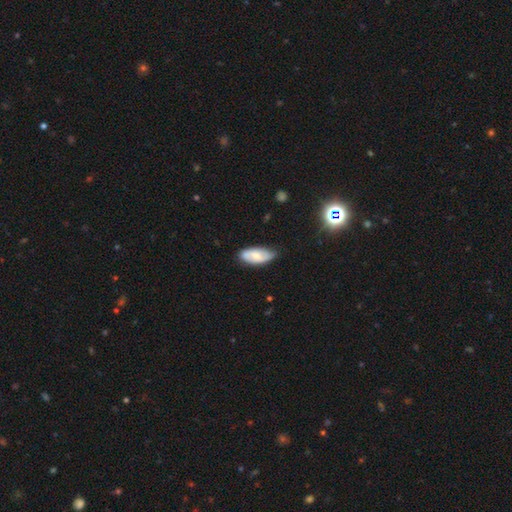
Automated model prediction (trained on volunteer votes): Smooth or featured: smooth — 51% (featured or disk — 42%)
How rounded: in between — 88% (cigar-shaped — 10%)
Merging: none — 71% (minor disturbance — 23%)